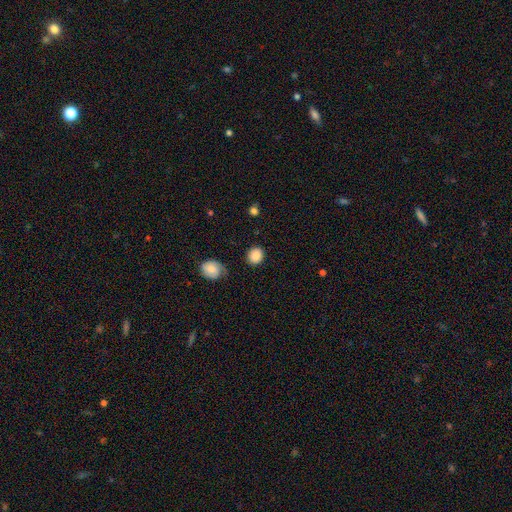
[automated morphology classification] type=smooth (87%); roundness=round (76%); merging=none (82%).